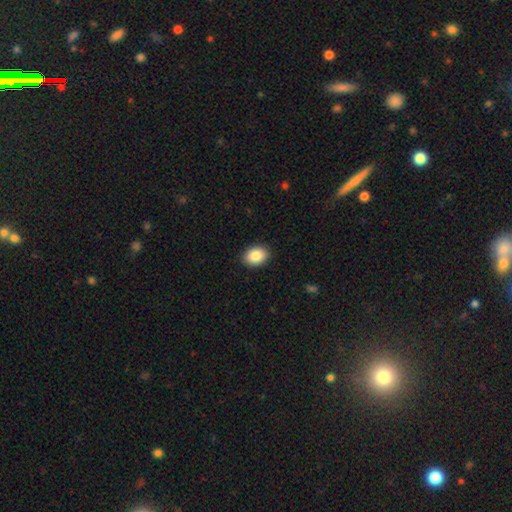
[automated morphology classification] smooth 87%, star or artifact 7%, featured or disk 6%. Down the decision tree: how rounded — in between (73%); merging — none (90%).